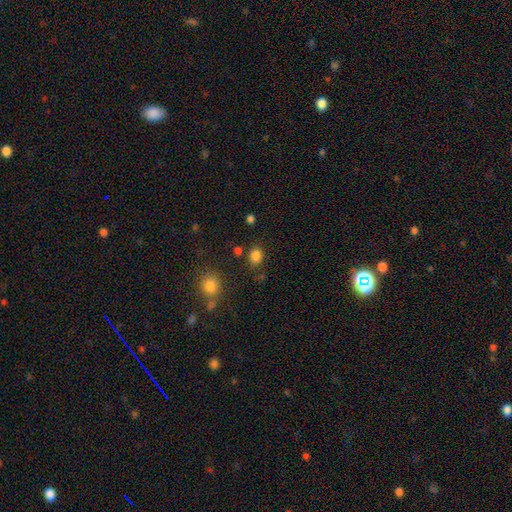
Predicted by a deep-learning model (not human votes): The model was most divided on "how rounded": round: 50%, in between: 49%, cigar-shaped: 1%. More confident: smooth or featured — smooth (83%); merging — none (79%).